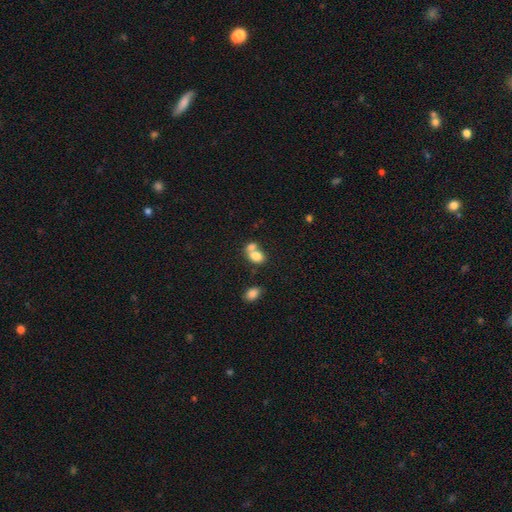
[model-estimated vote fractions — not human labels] Smooth or featured? smooth (78%)
How rounded? in between (65%)
Merging? merger (59%)